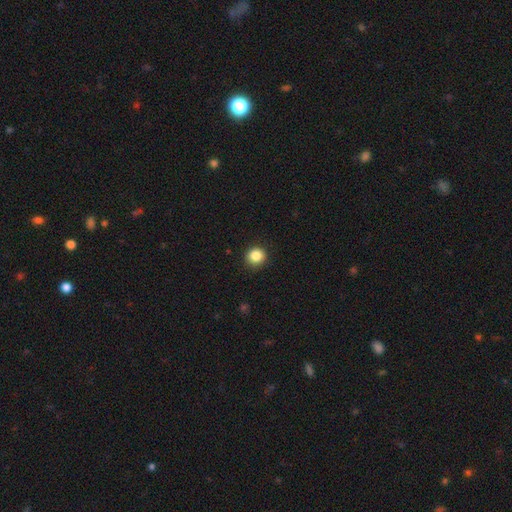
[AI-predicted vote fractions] smooth-or-featured: smooth: 86% | star or artifact: 10% | featured or disk: 4%
  how-rounded: round: 91% | in between: 8% | cigar-shaped: 1%
  merging: none: 91% | minor disturbance: 7% | major disturbance: 2% | merger: 1%